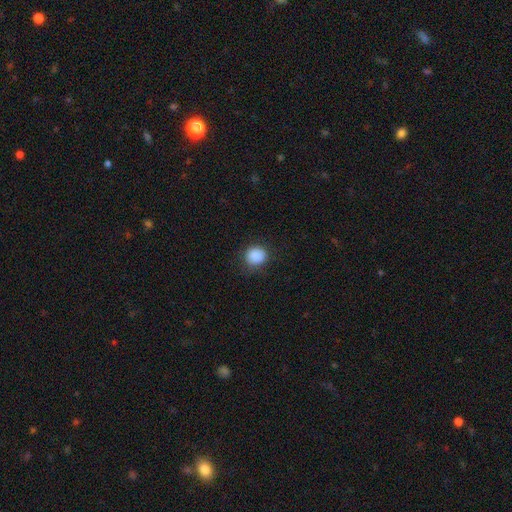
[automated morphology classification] This appears to be a smooth galaxy with no disk features (88%) that is round (82%). Merging: none (81%).